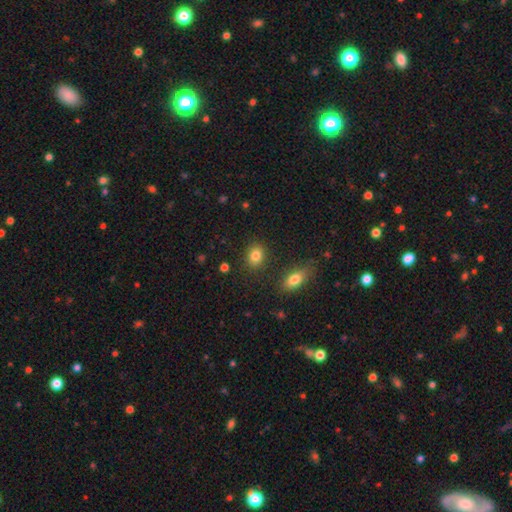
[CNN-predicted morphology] A smooth galaxy with no disk features (84%) that is in between round and cigar-shaped (51%).

Vote fractions:
- Smooth or featured? smooth: 84% / star or artifact: 9% / featured or disk: 6%
- How rounded? in between: 51% / round: 48% / cigar-shaped: 1%
- Merging? none: 86% / minor disturbance: 8% / merger: 3% / major disturbance: 3%